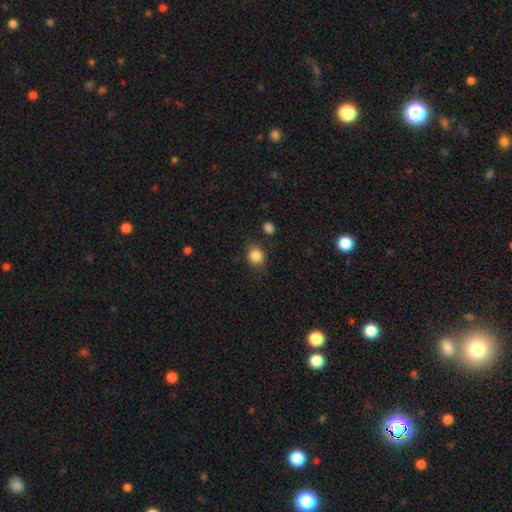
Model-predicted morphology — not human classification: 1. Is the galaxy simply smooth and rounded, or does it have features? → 85% smooth, 10% star or artifact, 5% featured or disk.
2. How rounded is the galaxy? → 76% round, 23% in between, 1% cigar-shaped.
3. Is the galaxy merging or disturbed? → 77% none, 15% minor disturbance, 4% major disturbance, 4% merger.